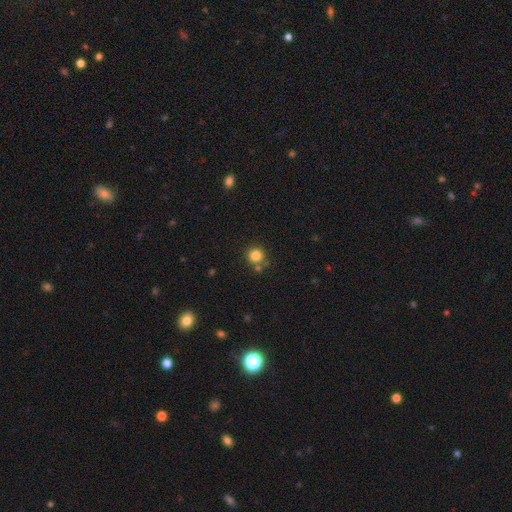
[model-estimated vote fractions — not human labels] Morphology: type=smooth (83%); roundness=round (93%); merging=none (74%).